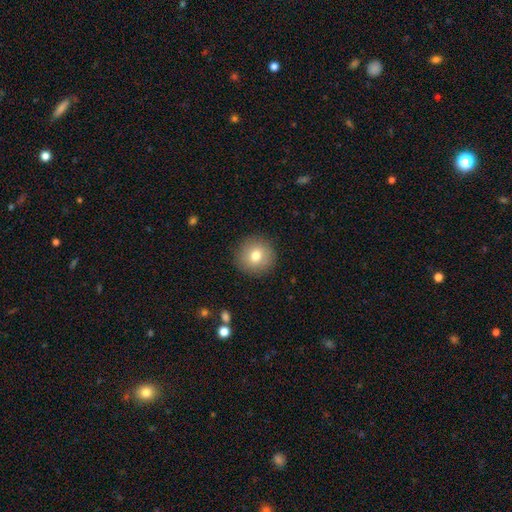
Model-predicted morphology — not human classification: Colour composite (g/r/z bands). It shows a smooth galaxy with no disk features (77%) that is round (94%). Merging: none (90%).